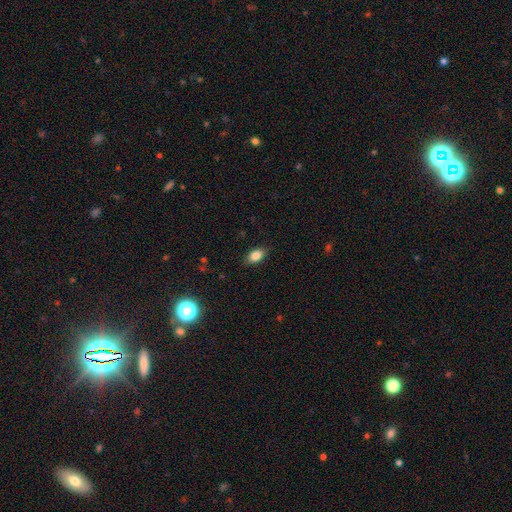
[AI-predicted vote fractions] Overall: smooth (84%). How rounded: in between (90%). Merging: none (87%).